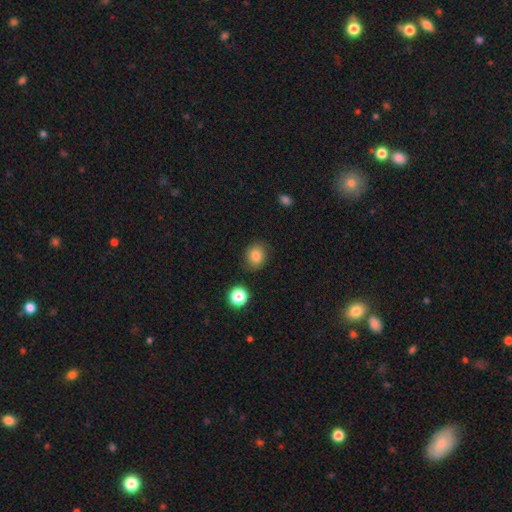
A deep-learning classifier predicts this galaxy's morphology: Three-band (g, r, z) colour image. It shows a smooth galaxy with no disk features (82%) that is round (65%). Merging: none (81%).